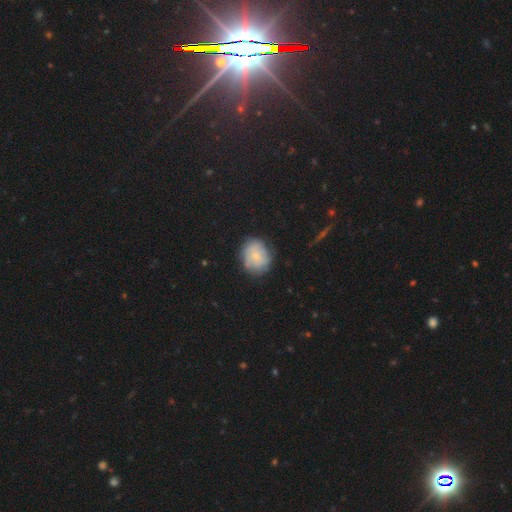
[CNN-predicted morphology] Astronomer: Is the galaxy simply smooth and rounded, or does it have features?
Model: smooth — 55% (runner-up: featured or disk, 36%).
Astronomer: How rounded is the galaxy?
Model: round — 70%.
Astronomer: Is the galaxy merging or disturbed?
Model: none — 73%.